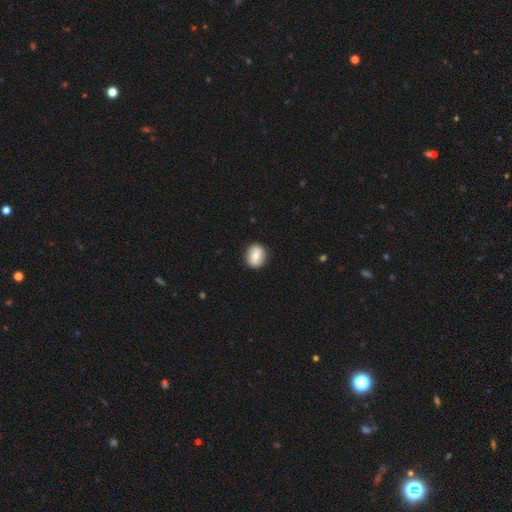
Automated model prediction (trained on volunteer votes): This appears to be a smooth galaxy with no disk features (70%) that is round (65%). Merging: none (90%).